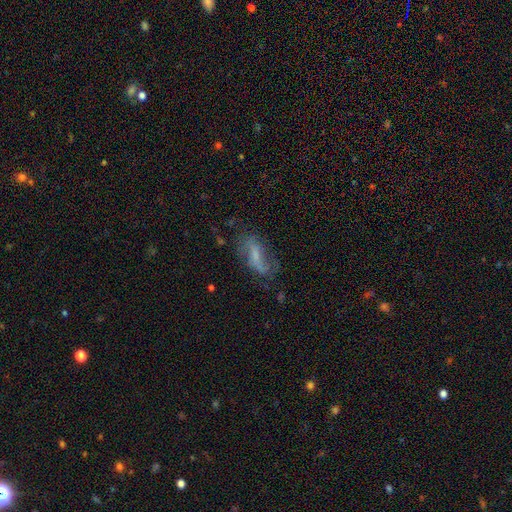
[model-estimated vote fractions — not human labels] Overall: featured or disk (58%; smooth 32%). Edge-on disk: no (89%). Bar: weak (39%; strong 31%). Spiral arms: yes (77%). Bulge size: small (42%; none 31%). Merging: none (53%; minor disturbance 25%).